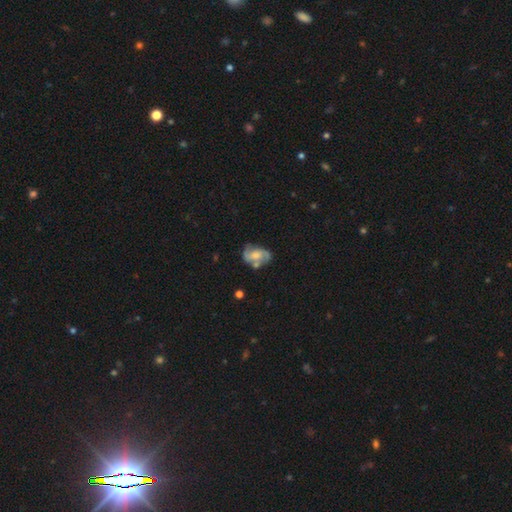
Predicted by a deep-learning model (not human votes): Morphology: type=featured or disk (72%); edge-on=no (97%); bar=no (57%); spiral arms=yes (89%); winding=medium (48%); arm count=2 (78%); bulge=moderate (47%); merging=none (56%).